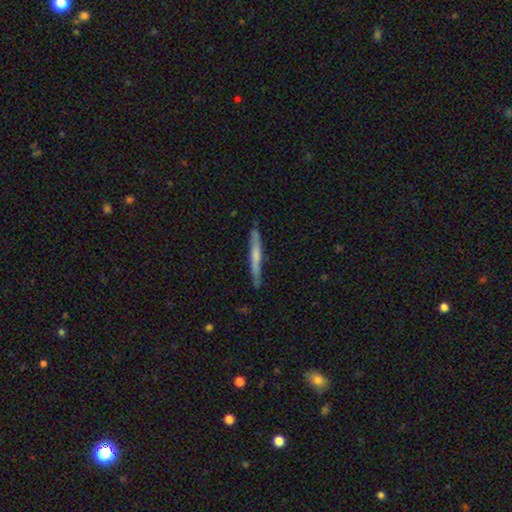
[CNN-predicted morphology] Overall: smooth (49%; featured or disk 46%). Merging: none (84%).